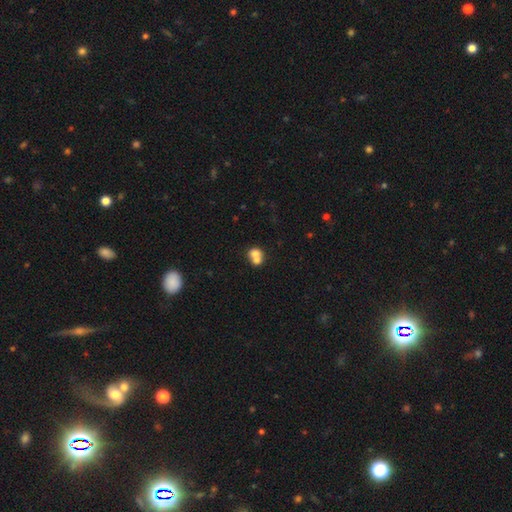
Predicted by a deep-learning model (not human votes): A smooth galaxy with no disk features (70%) that is round (66%). Merging: merger (66%).